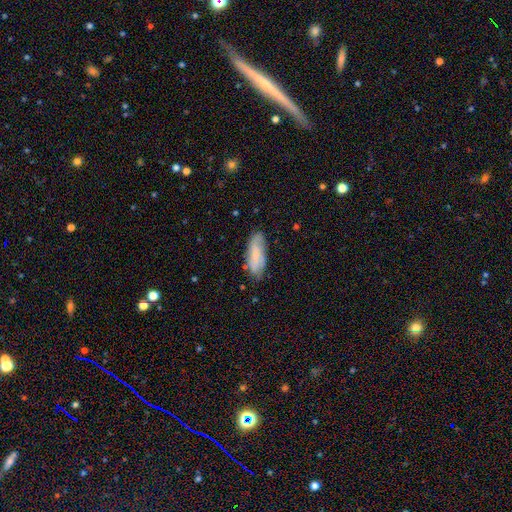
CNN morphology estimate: Overall: smooth (69%). How rounded: in between (68%; cigar-shaped 30%). Merging: none (72%).